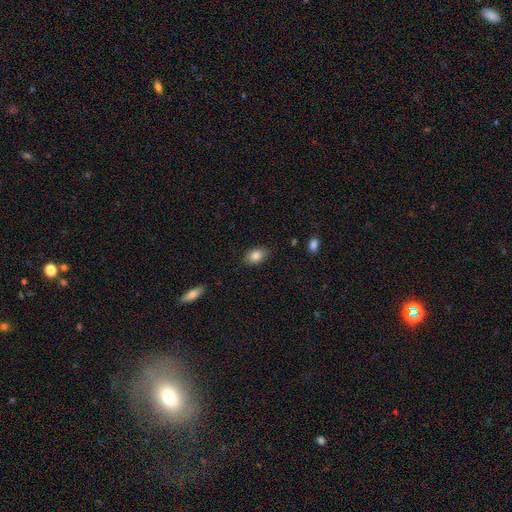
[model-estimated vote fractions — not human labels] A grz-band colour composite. It shows a smooth galaxy with no disk features (84%) that is in between round and cigar-shaped (83%). Merging: none (85%).